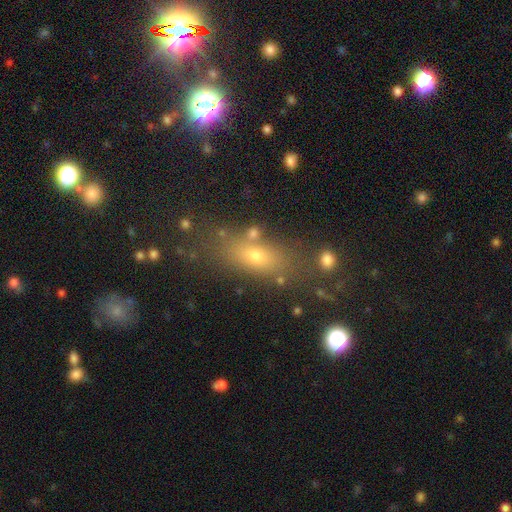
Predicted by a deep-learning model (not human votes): Smooth or featured: smooth — 66% (featured or disk — 19%)
How rounded: in between — 66% (cigar-shaped — 23%)
Merging: none — 72% (minor disturbance — 13%)